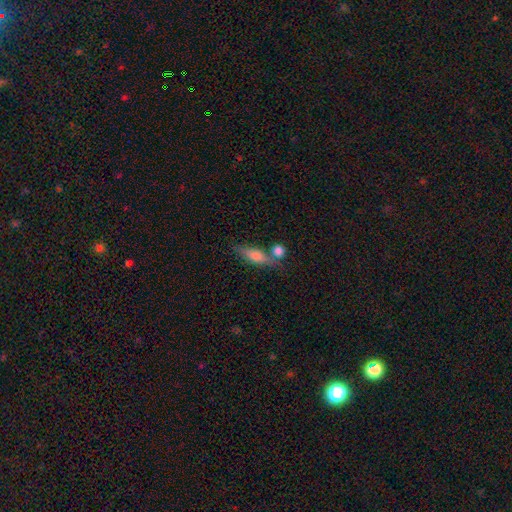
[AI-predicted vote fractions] Smooth or featured? smooth (61%)
How rounded? cigar-shaped (52%)
Merging? none (58%)